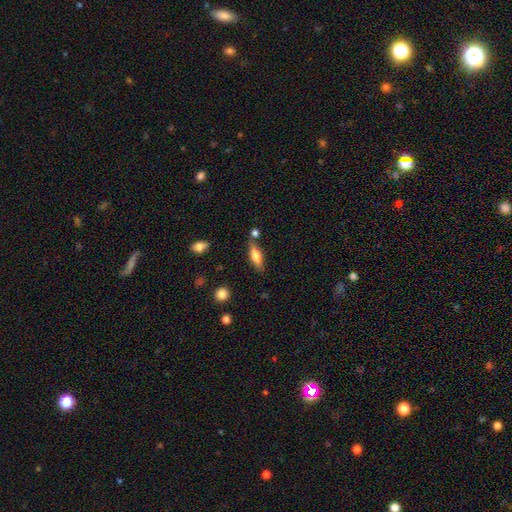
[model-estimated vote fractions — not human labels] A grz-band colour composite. It shows a smooth galaxy with no disk features (62%) that is in between round and cigar-shaped (51%). Merging: none (74%).